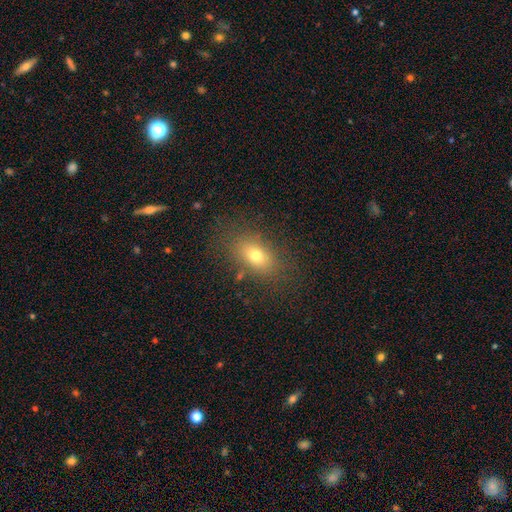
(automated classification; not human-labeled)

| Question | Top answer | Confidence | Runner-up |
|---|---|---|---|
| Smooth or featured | smooth | 73% | featured or disk (15%) |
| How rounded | in between | 80% | round (16%) |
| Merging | none | 79% | minor disturbance (13%) |